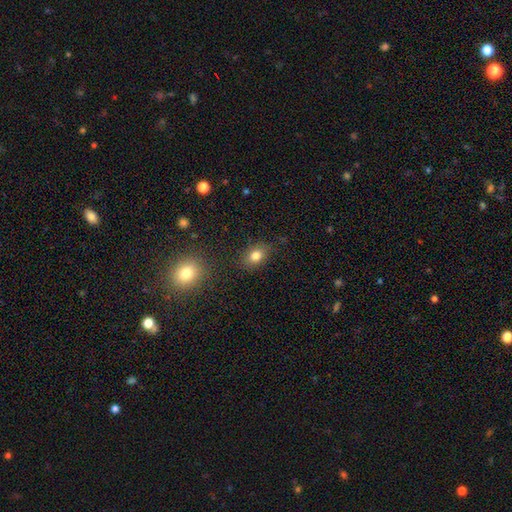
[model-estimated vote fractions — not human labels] smooth_or_featured: smooth (p=0.80) [alt: star or artifact p=0.11]
how_rounded: in between (p=0.71) [alt: round p=0.27]
merging: none (p=0.83) [alt: minor disturbance p=0.12]